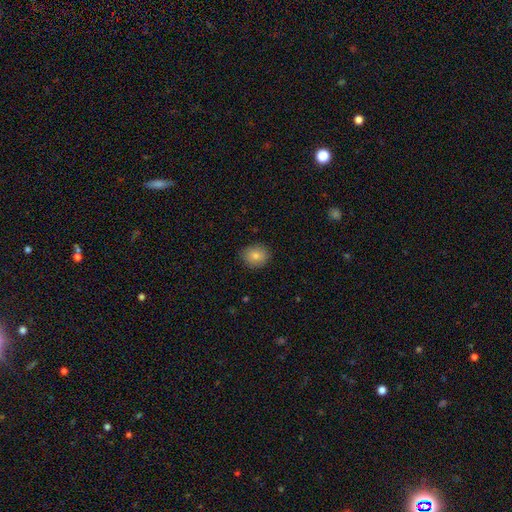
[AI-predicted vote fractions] Smooth or featured: smooth — 83% (star or artifact — 9%)
How rounded: round — 72% (in between — 27%)
Merging: none — 86% (minor disturbance — 10%)